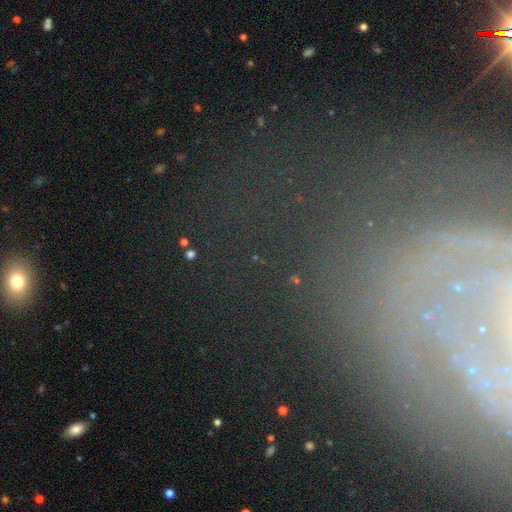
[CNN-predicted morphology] Smooth or featured: featured or disk — 46% (star or artifact — 34%)
Merging: none — 63% (major disturbance — 15%)